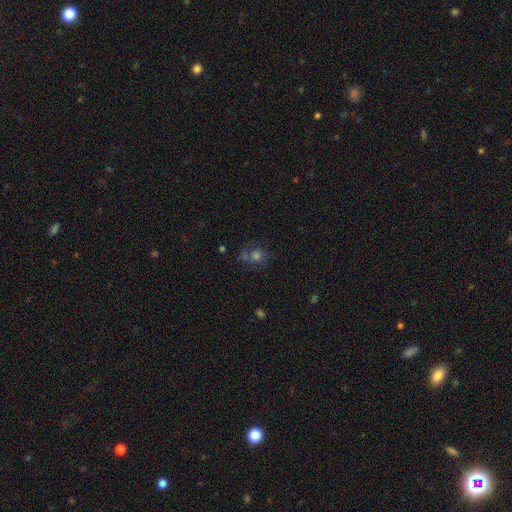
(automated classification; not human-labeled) This appears to be a smooth galaxy with no disk features (52%) that is round (78%). Merging: none (55%).